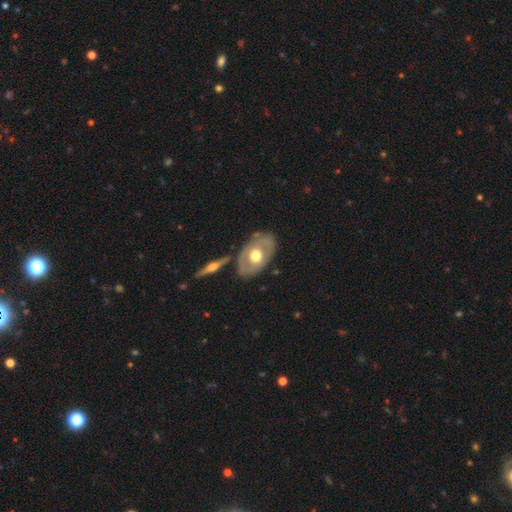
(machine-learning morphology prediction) Smooth or featured: featured or disk — 54% (smooth — 41%)
Edge-on disk: no — 84% (yes — 16%)
Merging: none — 74% (minor disturbance — 15%)